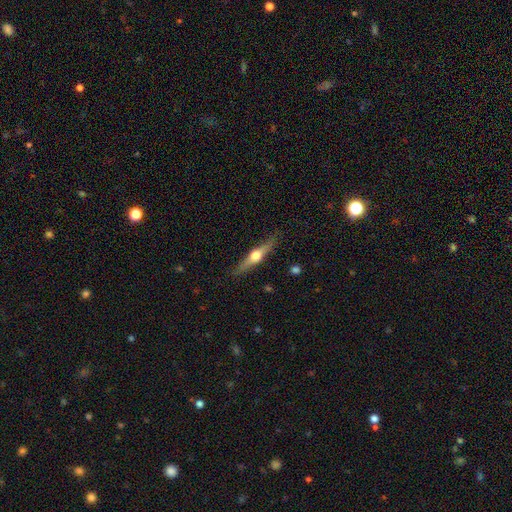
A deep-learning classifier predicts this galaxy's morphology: featured or disk 67%, smooth 27%, star or artifact 6%. Down the decision tree: edge-on disk — yes (97%); edge-on bulge — rounded (95%); merging — none (87%).